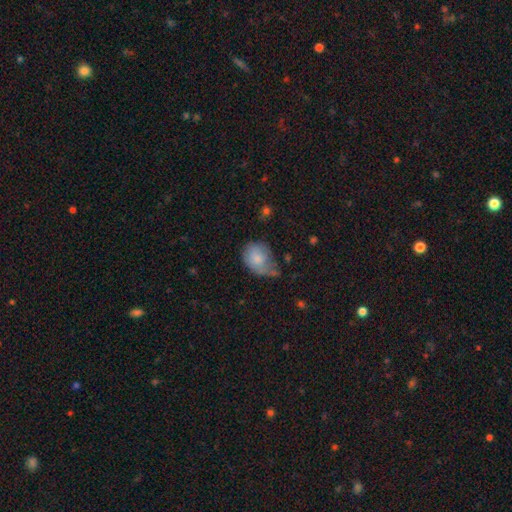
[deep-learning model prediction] The model was most divided on "merging": minor disturbance: 42%, none: 32%, major disturbance: 21%, merger: 5%. More confident: smooth or featured — smooth (76%); how rounded — in between (59%).